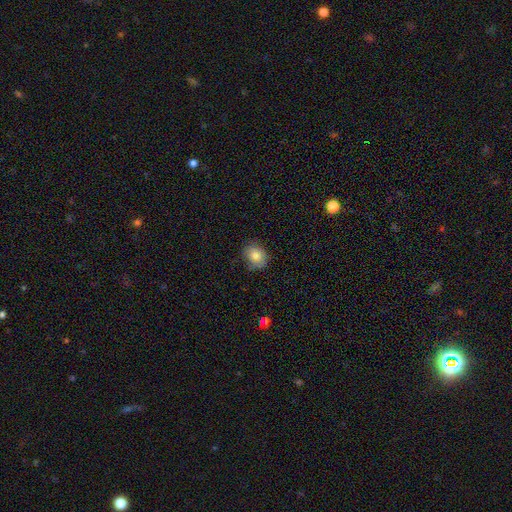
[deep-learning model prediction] A smooth galaxy with no disk features (80%) that is round (57%). Merging: none (75%).